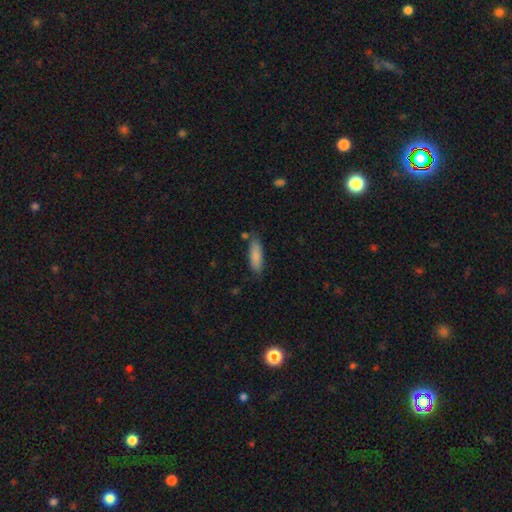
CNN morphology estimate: Q: Smooth or featured?
A: smooth (86%); runner-up: featured or disk (8%)
Q: How rounded?
A: in between (52%); runner-up: cigar-shaped (46%)
Q: Merging?
A: none (75%); runner-up: minor disturbance (17%)